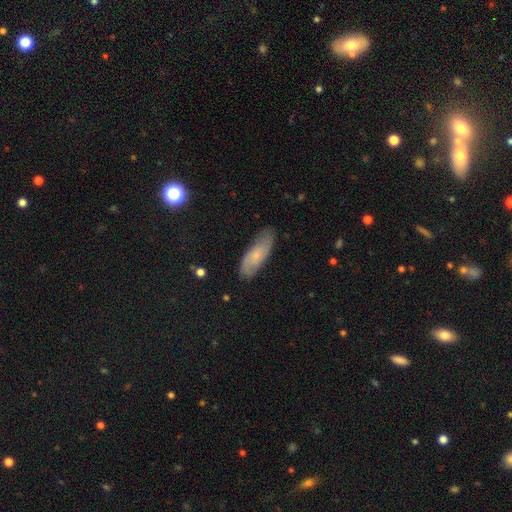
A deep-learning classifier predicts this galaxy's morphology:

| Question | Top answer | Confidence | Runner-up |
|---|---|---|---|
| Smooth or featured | smooth | 49% | featured or disk (43%) |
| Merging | none | 76% | minor disturbance (18%) |